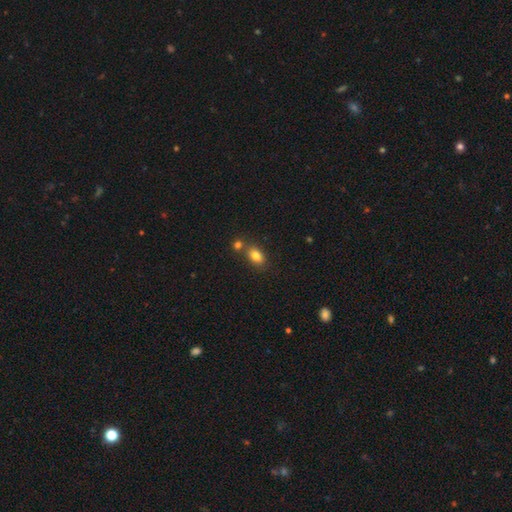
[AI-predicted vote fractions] smooth 81%, star or artifact 10%, featured or disk 9%. Down the decision tree: how rounded — in between (82%); merging — none (62%).